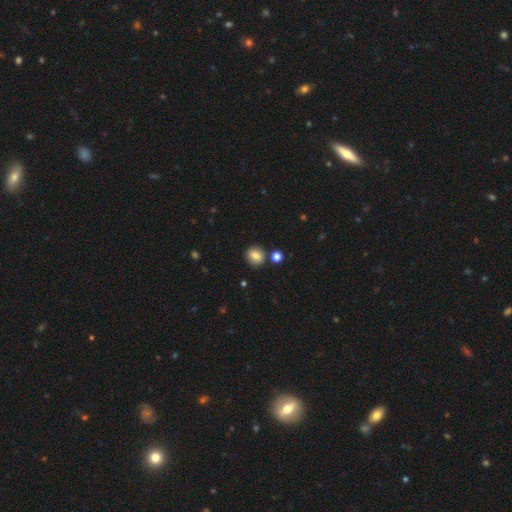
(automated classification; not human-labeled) The model was most divided on "how rounded": round: 75%, in between: 24%, cigar-shaped: 1%. More confident: merging — none (82%); smooth or featured — smooth (81%).